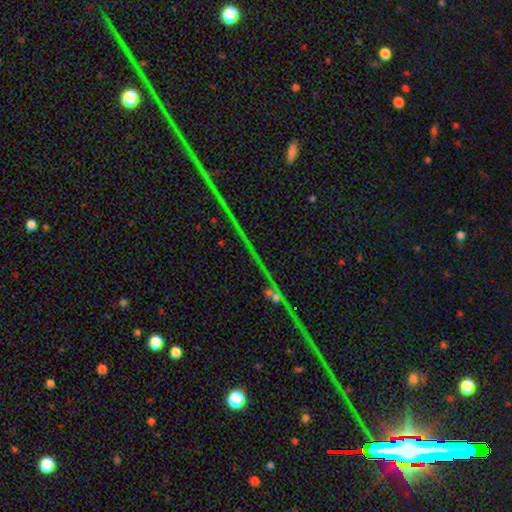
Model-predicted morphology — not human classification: smooth-or-featured: star or artifact: 78% | featured or disk: 14% | smooth: 9%